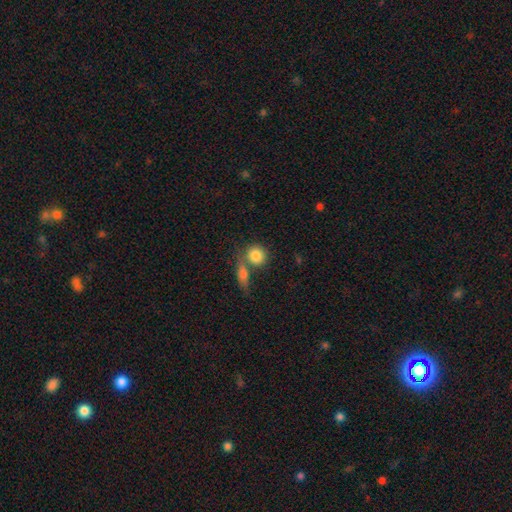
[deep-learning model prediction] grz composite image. It shows a smooth galaxy with no disk features (83%) that is round (79%). Merging: none (48%).